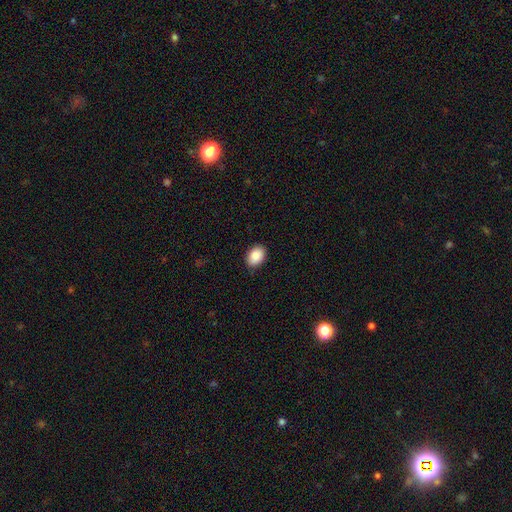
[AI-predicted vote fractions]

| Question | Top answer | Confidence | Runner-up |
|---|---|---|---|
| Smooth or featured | smooth | 89% | star or artifact (7%) |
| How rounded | in between | 75% | round (24%) |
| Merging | none | 86% | minor disturbance (11%) |